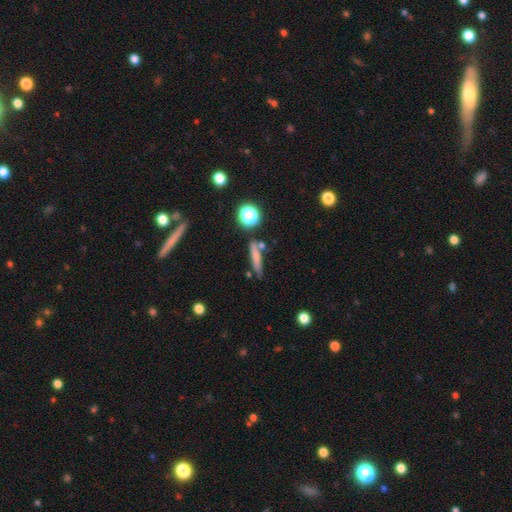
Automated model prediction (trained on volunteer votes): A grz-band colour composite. It shows a smooth galaxy with no disk features (67%) that is cigar-shaped (82%). Merging: none (71%).